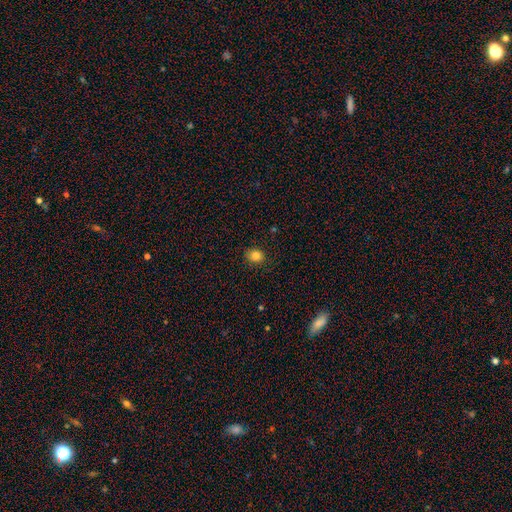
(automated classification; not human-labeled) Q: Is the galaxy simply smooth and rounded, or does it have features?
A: smooth — 84%.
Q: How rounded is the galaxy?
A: round — 62%.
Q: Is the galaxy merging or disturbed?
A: none — 88%.